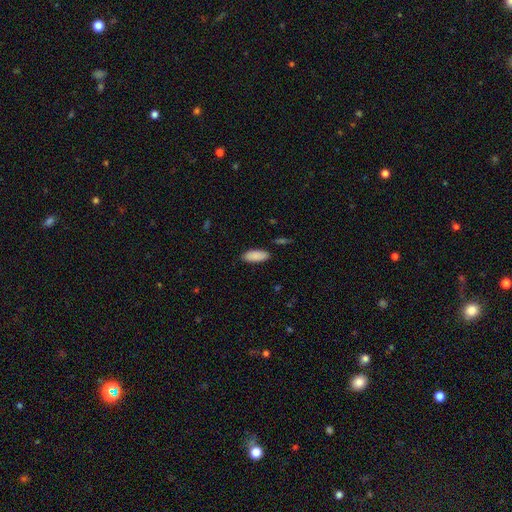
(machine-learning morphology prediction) Smooth or featured? smooth (89%)
How rounded? in between (82%)
Merging? none (86%)